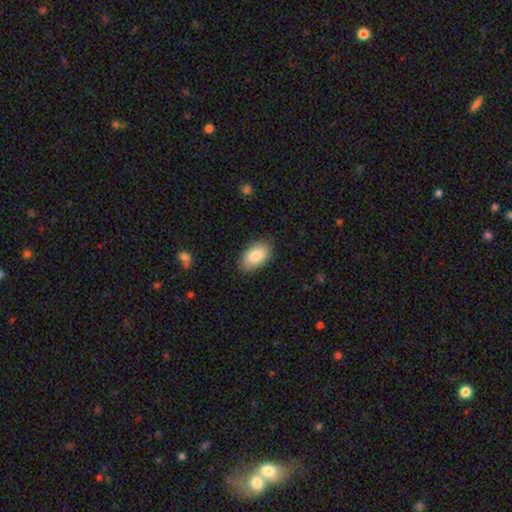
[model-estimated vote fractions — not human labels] This appears to be a smooth galaxy with no disk features (84%) that is in between round and cigar-shaped (94%). Merging: none (85%).